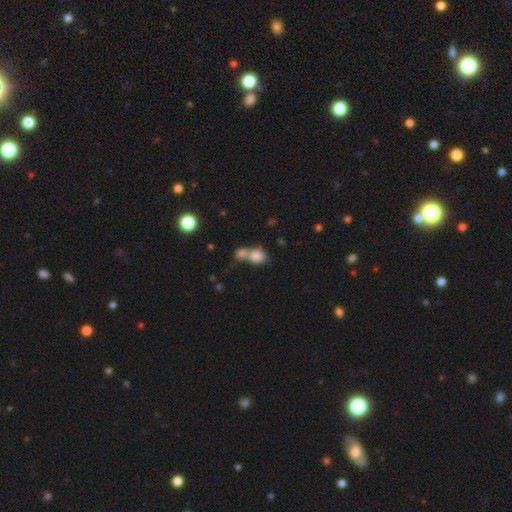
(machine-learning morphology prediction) type=smooth (82%); roundness=round (51%); merging=merger (59%).